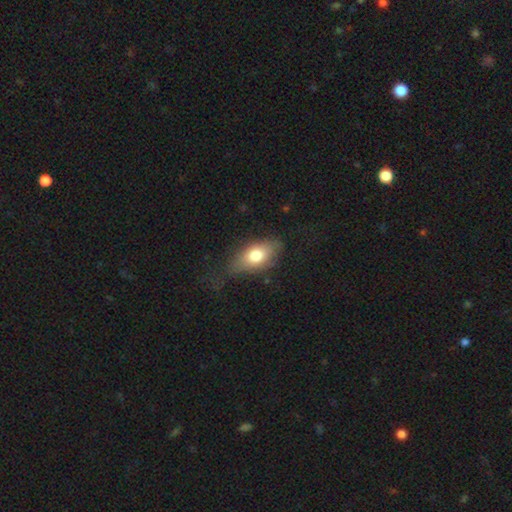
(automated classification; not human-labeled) A smooth galaxy with no disk features (74%) that is in between round and cigar-shaped (87%).

Vote fractions:
- Smooth or featured? smooth: 74% / featured or disk: 19% / star or artifact: 7%
- How rounded? in between: 87% / round: 7% / cigar-shaped: 6%
- Merging? none: 58% / minor disturbance: 28% / major disturbance: 13% / merger: 2%